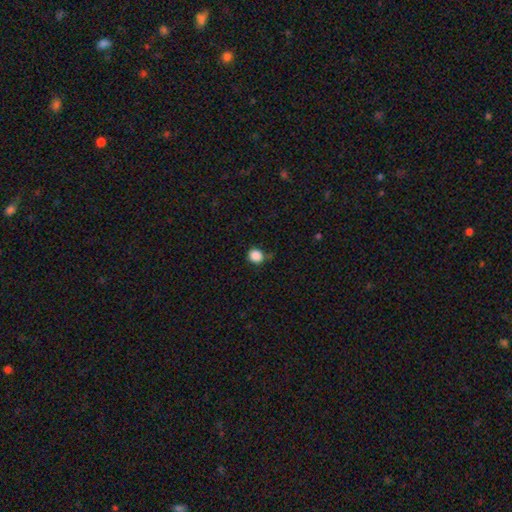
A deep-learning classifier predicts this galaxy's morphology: A smooth galaxy with no disk features (87%) that is round (84%).

Vote fractions:
- Smooth or featured? smooth: 87% / star or artifact: 10% / featured or disk: 3%
- How rounded? round: 84% / in between: 15% / cigar-shaped: 1%
- Merging? none: 73% / minor disturbance: 19% / major disturbance: 4% / merger: 4%